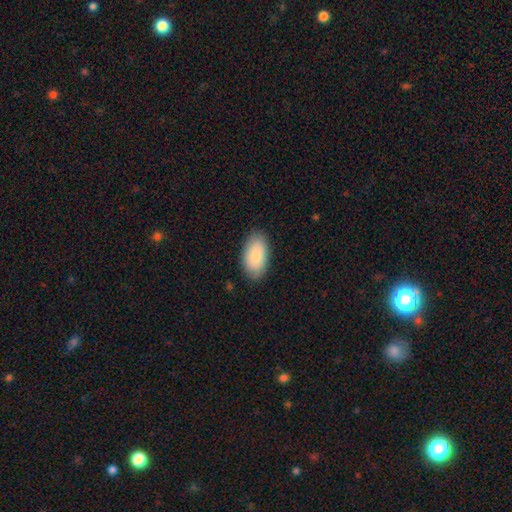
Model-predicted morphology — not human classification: A smooth galaxy with no disk features (85%) that is in between round and cigar-shaped (95%). Merging: none (85%).